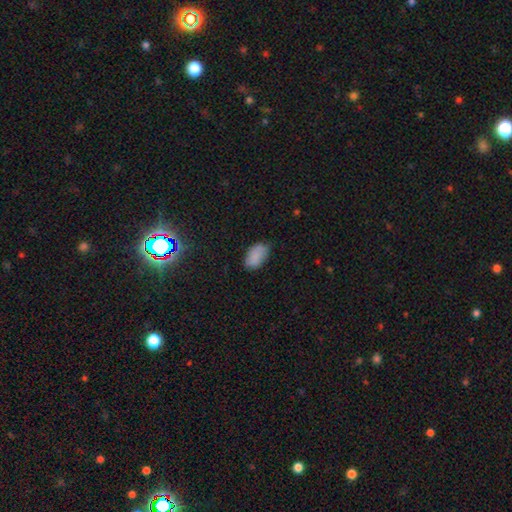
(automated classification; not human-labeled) This is clearly a smooth galaxy (87%). How rounded: clearly in between (94%). Merging: likely none (76%).